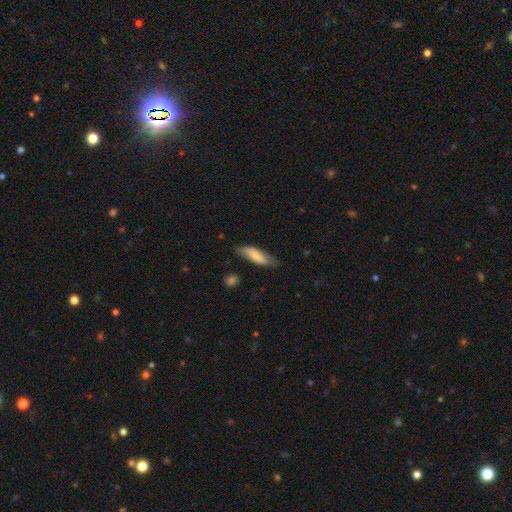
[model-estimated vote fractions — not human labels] Smooth or featured? Predicted: smooth (p=0.74). How rounded? Predicted: cigar-shaped (p=0.49, tied with in between). Merging? Predicted: none (p=0.63).